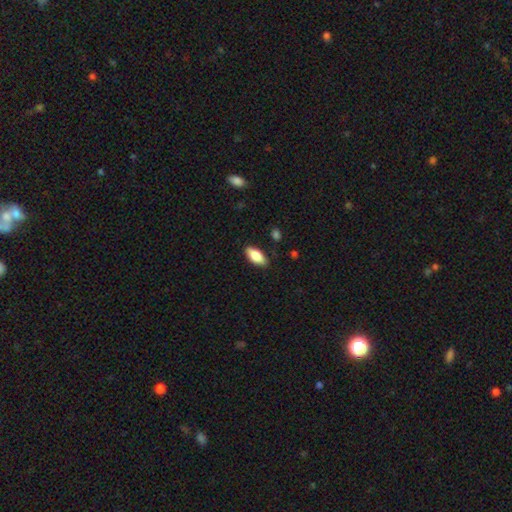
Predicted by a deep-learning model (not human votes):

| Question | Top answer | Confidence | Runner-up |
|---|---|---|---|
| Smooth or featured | smooth | 84% | featured or disk (10%) |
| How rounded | in between | 89% | cigar-shaped (9%) |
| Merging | none | 84% | minor disturbance (12%) |